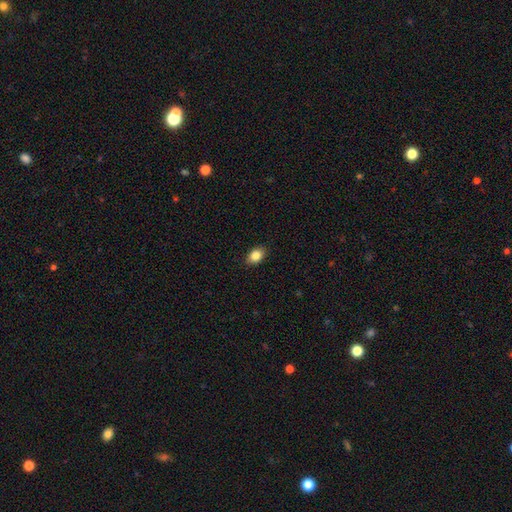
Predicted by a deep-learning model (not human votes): This is clearly a smooth galaxy (85%). How rounded: clearly in between (82%). Merging: clearly none (89%).